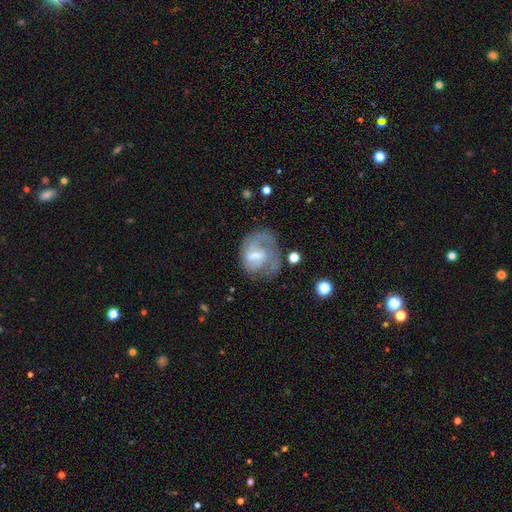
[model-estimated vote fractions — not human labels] Morphology: type=featured or disk (62%); edge-on=no (97%); bar=weak (51%); spiral arms=yes (67%); bulge=moderate (39%); merging=none (39%).